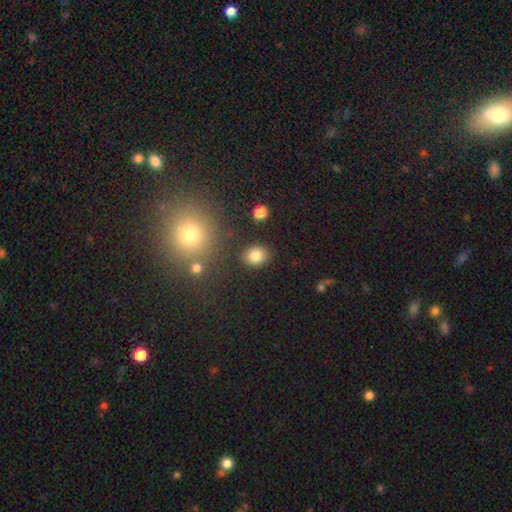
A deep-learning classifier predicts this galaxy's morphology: A smooth galaxy with no disk features (83%) that is round (56%).

Vote fractions:
- Smooth or featured? smooth: 83% / star or artifact: 11% / featured or disk: 6%
- How rounded? round: 56% / in between: 43% / cigar-shaped: 1%
- Merging? none: 85% / minor disturbance: 9% / merger: 3% / major disturbance: 3%